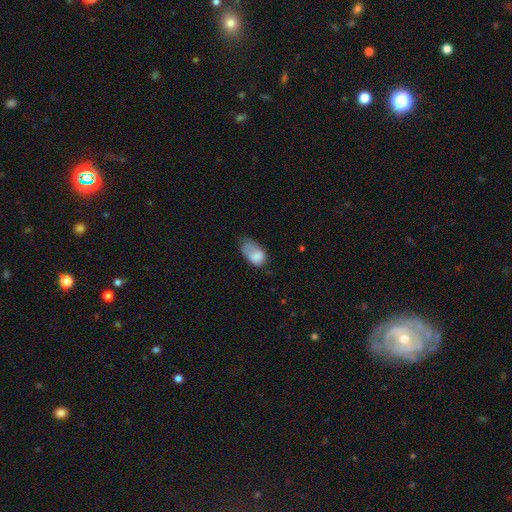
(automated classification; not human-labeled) A smooth galaxy with no disk features (78%) that is in between round and cigar-shaped (90%). Merging: minor disturbance (41%).